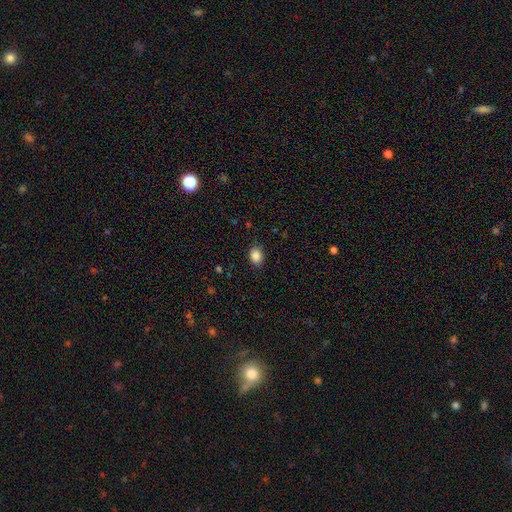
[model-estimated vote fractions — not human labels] The model was most divided on "how rounded": in between: 69%, round: 30%, cigar-shaped: 1%. More confident: smooth or featured — smooth (87%); merging — none (86%).